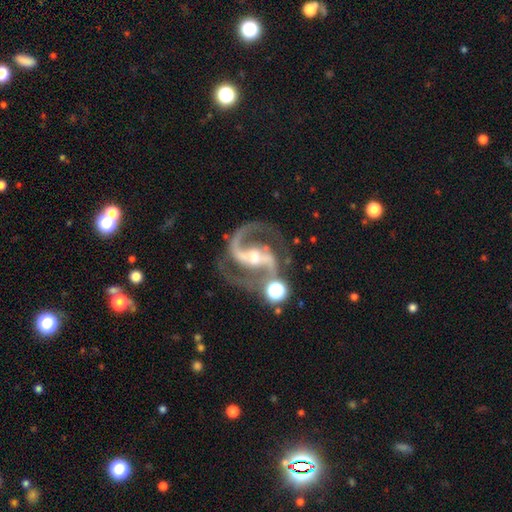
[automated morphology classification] type=featured or disk (93%); edge-on=no (98%); bar=strong (56%); spiral arms=yes (98%); winding=medium (68%); arm count=2 (93%); bulge=moderate (49%); merging=none (71%).